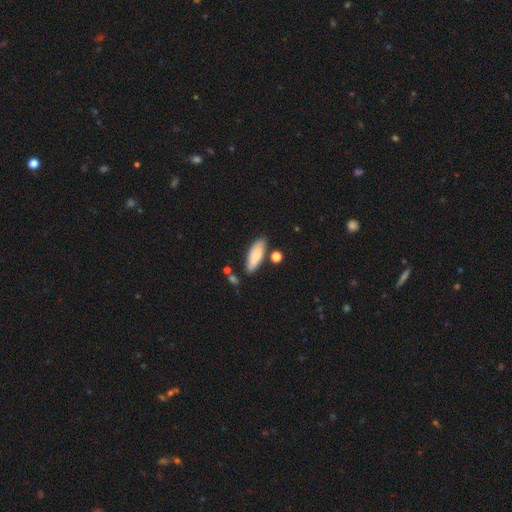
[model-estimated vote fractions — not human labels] Smooth or featured? Predicted: smooth (p=0.78). How rounded? Predicted: in between (p=0.63). Merging? Predicted: none (p=0.77).